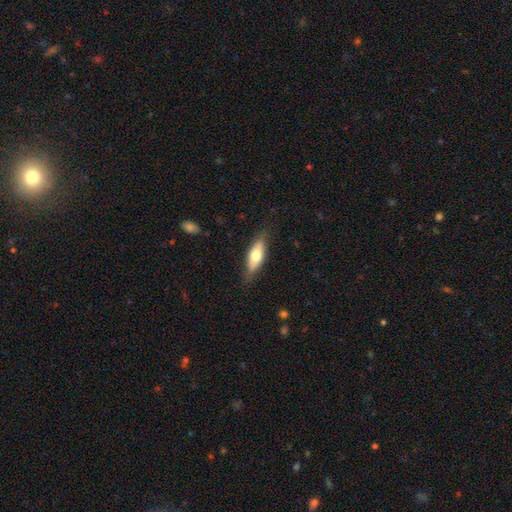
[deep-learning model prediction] This appears to be a smooth galaxy with no disk features (63%) that is in between round and cigar-shaped (61%). Merging: none (81%).